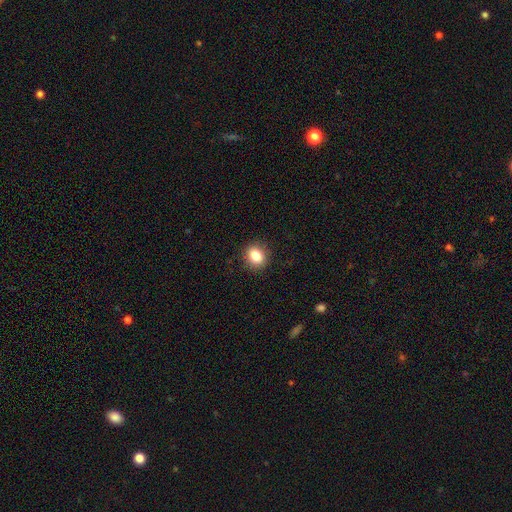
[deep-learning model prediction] smooth 84%, star or artifact 10%, featured or disk 6%. Down the decision tree: how rounded — round (57%); merging — none (89%).